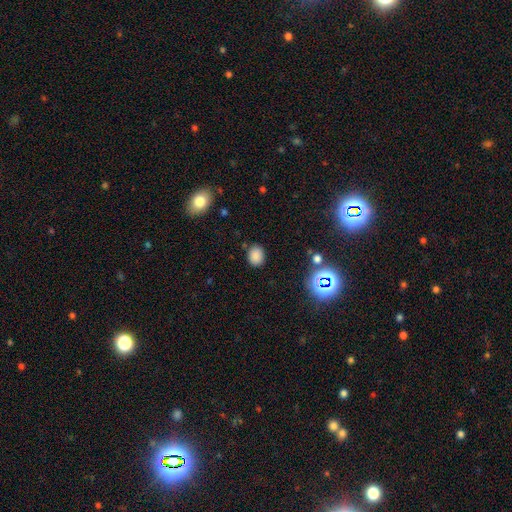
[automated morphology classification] smooth 81%, star or artifact 14%, featured or disk 5%. Down the decision tree: how rounded — in between (50%); merging — none (84%).